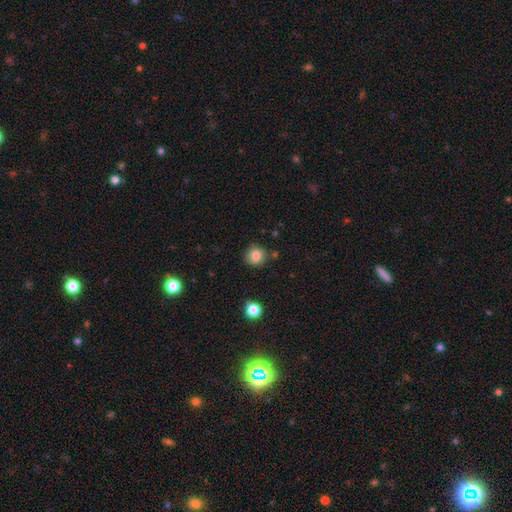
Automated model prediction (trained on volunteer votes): Smooth or featured: smooth — 82% (star or artifact — 10%)
How rounded: round — 80% (in between — 19%)
Merging: none — 79% (minor disturbance — 14%)